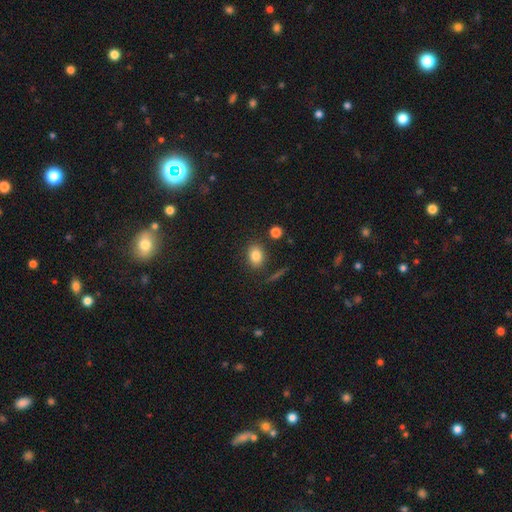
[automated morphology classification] The model was most divided on "how rounded": in between: 59%, round: 40%, cigar-shaped: 2%. More confident: merging — none (82%); smooth or featured — smooth (82%).